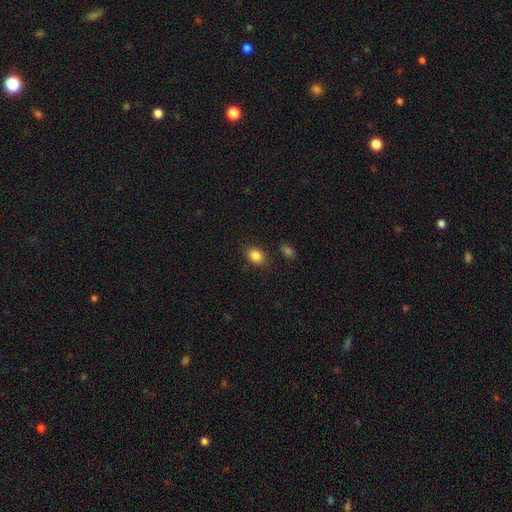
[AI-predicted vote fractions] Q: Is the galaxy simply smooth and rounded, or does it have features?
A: smooth — 85%.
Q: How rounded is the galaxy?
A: in between — 61%.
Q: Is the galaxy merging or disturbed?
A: none — 84%.